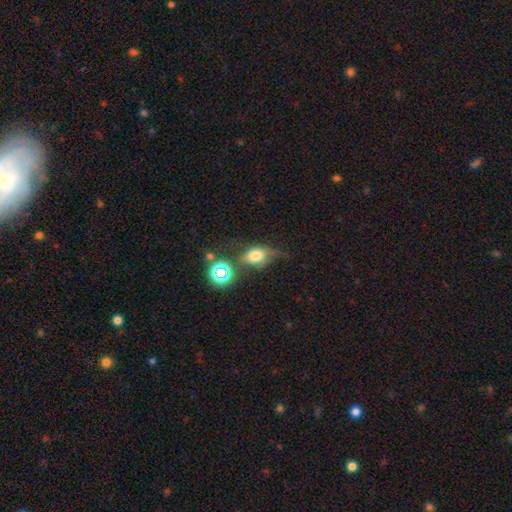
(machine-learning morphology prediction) This appears to be a smooth galaxy with no disk features (58%) that is in between round and cigar-shaped (67%). Merging: none (39%).